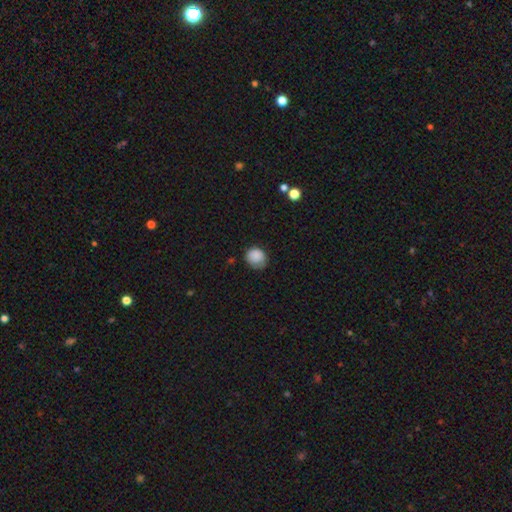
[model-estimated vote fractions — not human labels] Smooth or featured? smooth (86%)
How rounded? round (78%)
Merging? none (68%)